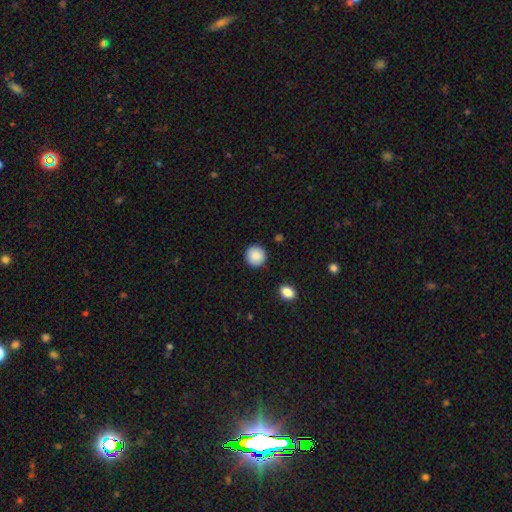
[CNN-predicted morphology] smooth-or-featured: smooth: 88% | star or artifact: 8% | featured or disk: 4%
  how-rounded: round: 95% | in between: 4% | cigar-shaped: 1%
  merging: none: 91% | minor disturbance: 6% | major disturbance: 2% | merger: 1%